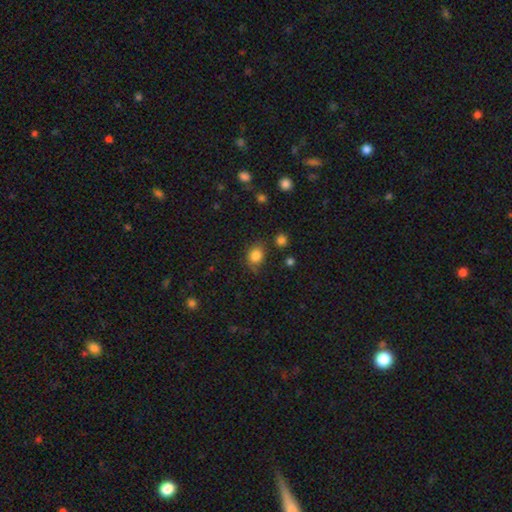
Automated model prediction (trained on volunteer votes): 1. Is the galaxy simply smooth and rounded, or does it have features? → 84% smooth, 11% star or artifact, 5% featured or disk.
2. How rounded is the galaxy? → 51% round, 47% in between, 1% cigar-shaped.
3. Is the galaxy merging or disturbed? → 72% none, 19% minor disturbance, 5% major disturbance, 4% merger.